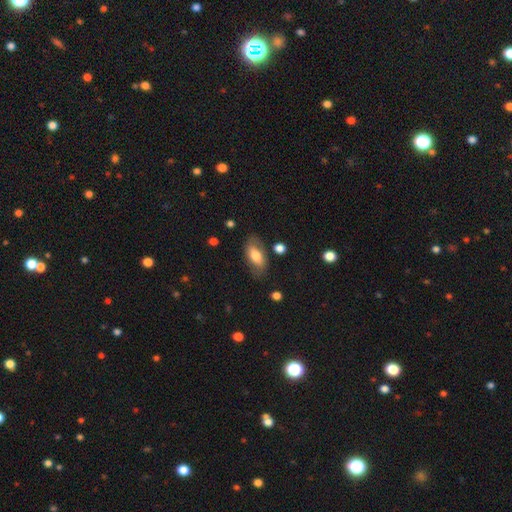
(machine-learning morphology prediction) Smooth or featured? smooth (68%)
How rounded? in between (89%)
Merging? none (71%)